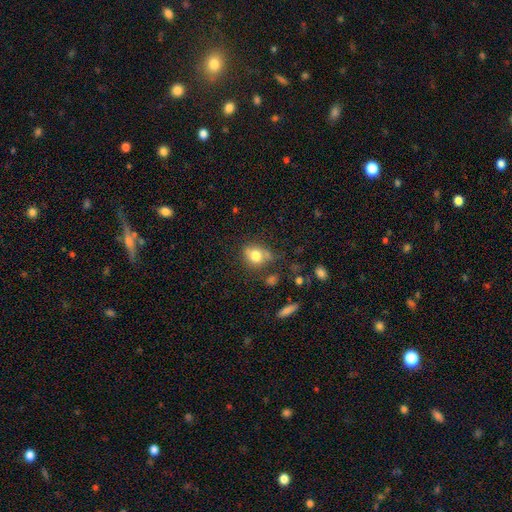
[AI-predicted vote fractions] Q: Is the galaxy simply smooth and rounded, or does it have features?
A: smooth — 75%.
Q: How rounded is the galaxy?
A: round — 53%.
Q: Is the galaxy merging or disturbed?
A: none — 56%.